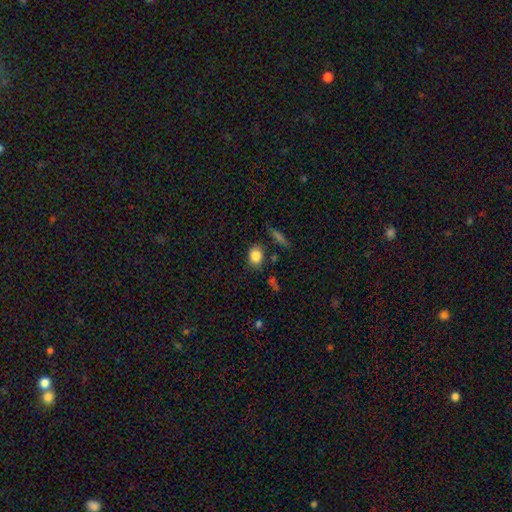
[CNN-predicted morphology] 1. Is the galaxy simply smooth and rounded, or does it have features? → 84% smooth, 9% star or artifact, 7% featured or disk.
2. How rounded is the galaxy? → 52% in between, 46% round, 2% cigar-shaped.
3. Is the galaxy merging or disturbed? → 80% none, 12% minor disturbance, 5% merger, 3% major disturbance.